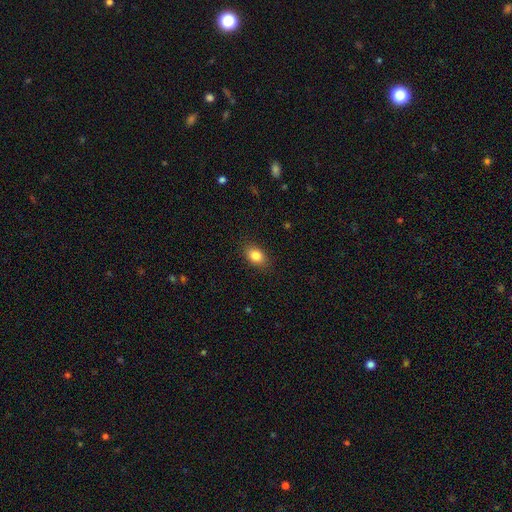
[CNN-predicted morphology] smooth 85%, star or artifact 9%, featured or disk 6%. Down the decision tree: how rounded — in between (83%); merging — none (86%).